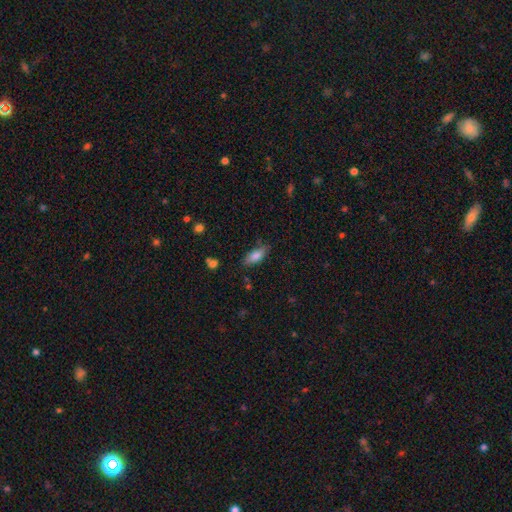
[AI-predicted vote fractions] smooth 80%, featured or disk 13%, star or artifact 7%. Down the decision tree: how rounded — in between (74%); merging — none (79%).